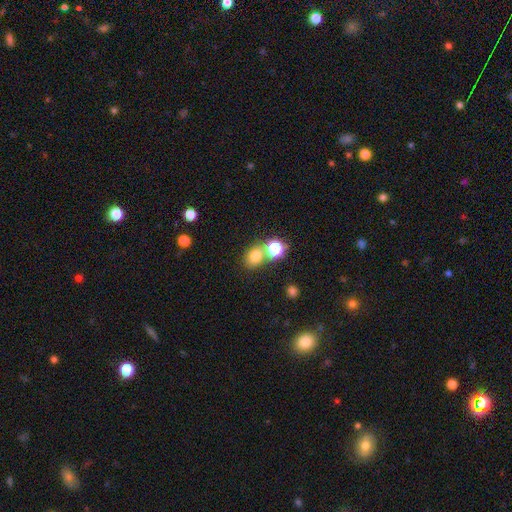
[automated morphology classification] type=smooth (74%); roundness=round (60%); merging=none (60%).